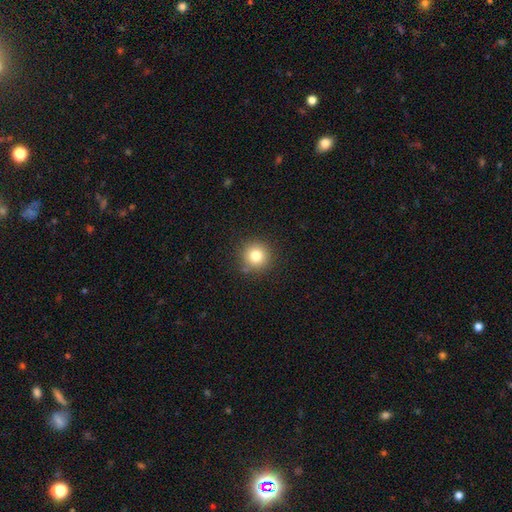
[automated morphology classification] Smooth or featured? Predicted: smooth (p=0.80). How rounded? Predicted: round (p=0.95). Merging? Predicted: none (p=0.88).